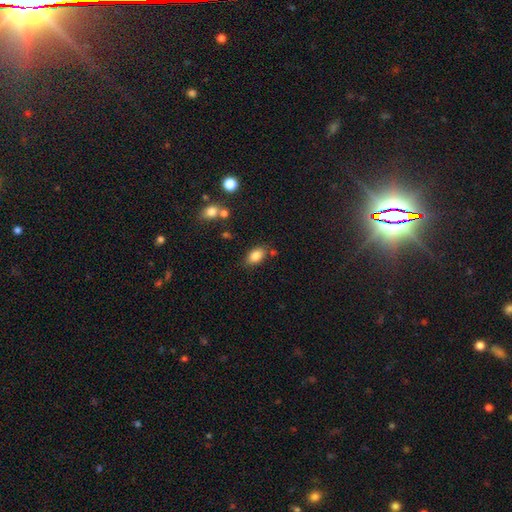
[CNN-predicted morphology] A smooth galaxy with no disk features (85%) that is in between round and cigar-shaped (90%).

Vote fractions:
- Smooth or featured? smooth: 85% / star or artifact: 8% / featured or disk: 7%
- How rounded? in between: 90% / round: 7% / cigar-shaped: 2%
- Merging? none: 76% / minor disturbance: 14% / merger: 6% / major disturbance: 4%